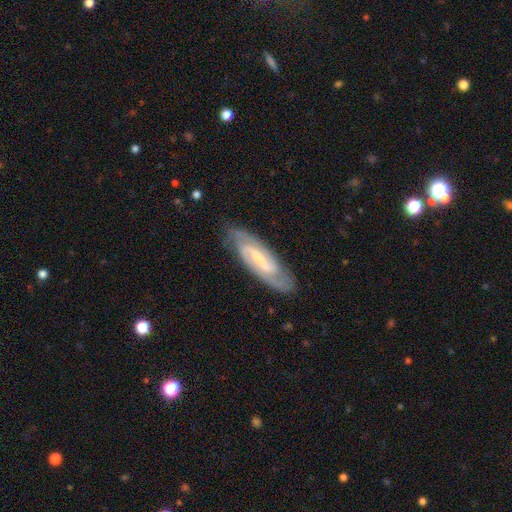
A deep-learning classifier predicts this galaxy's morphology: Overall: featured or disk (80%). Edge-on disk: no (85%). Bar: weak (45%; strong 31%). Spiral arms: yes (94%). Spiral arm count: 2 (74%). Spiral winding: tight (45%; medium 41%). Bulge size: small (60%; moderate 28%). Merging: none (84%).